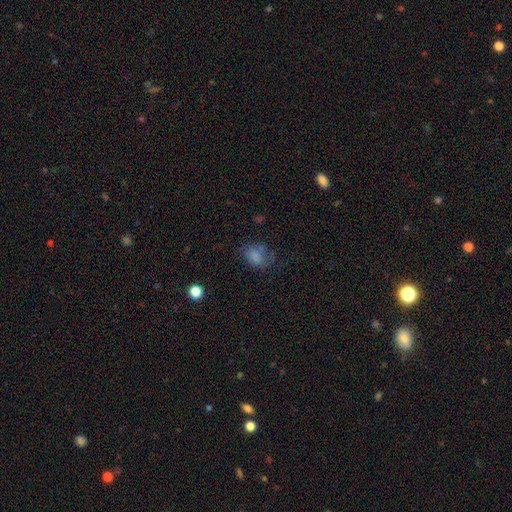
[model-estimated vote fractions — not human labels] Overall: smooth (77%). How rounded: in between (63%; round 36%). Merging: none (54%; minor disturbance 27%).